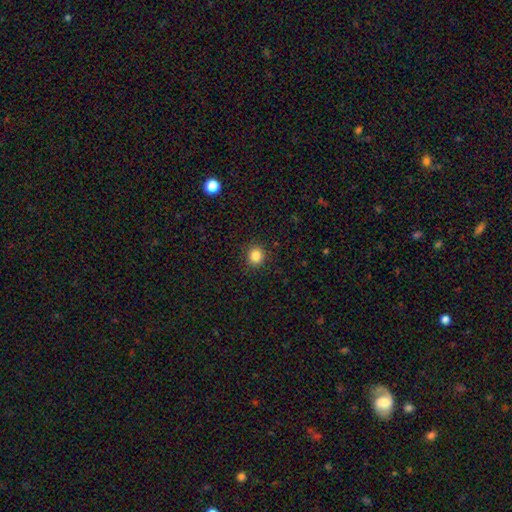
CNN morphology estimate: Smooth or featured?
  - smooth: 84% *
  - star or artifact: 11%
  - featured or disk: 4%
How rounded?
  - round: 88% *
  - in between: 11%
  - cigar-shaped: 1%
Merging?
  - none: 91% *
  - minor disturbance: 6%
  - major disturbance: 2%
  - merger: 1%